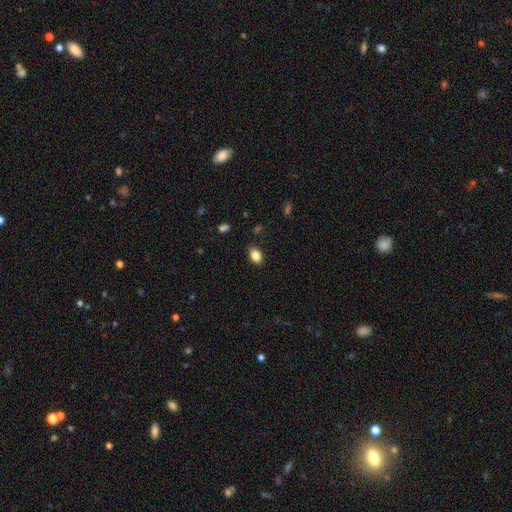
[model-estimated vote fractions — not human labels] Smooth or featured? Predicted: smooth (p=0.85). How rounded? Predicted: in between (p=0.81). Merging? Predicted: none (p=0.85).